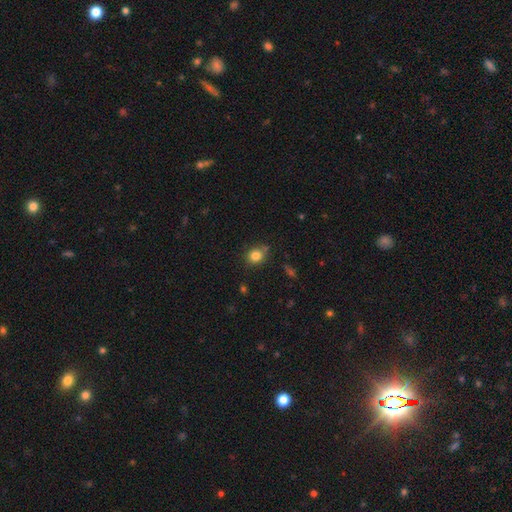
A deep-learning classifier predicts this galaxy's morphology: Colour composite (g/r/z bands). It shows a smooth galaxy with no disk features (83%) that is round (67%). Merging: none (75%).